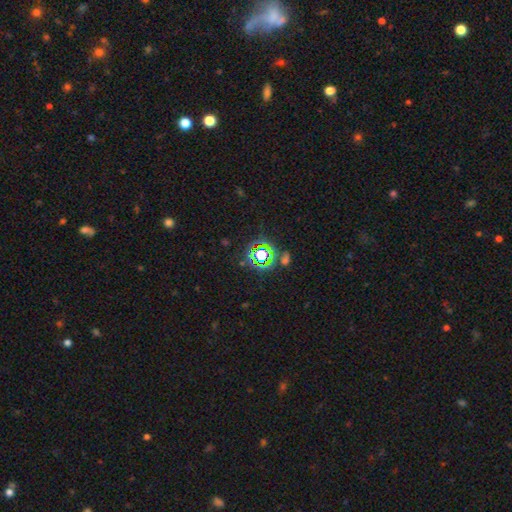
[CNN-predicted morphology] This appears to be a star or artifact, not a galaxy (74%).